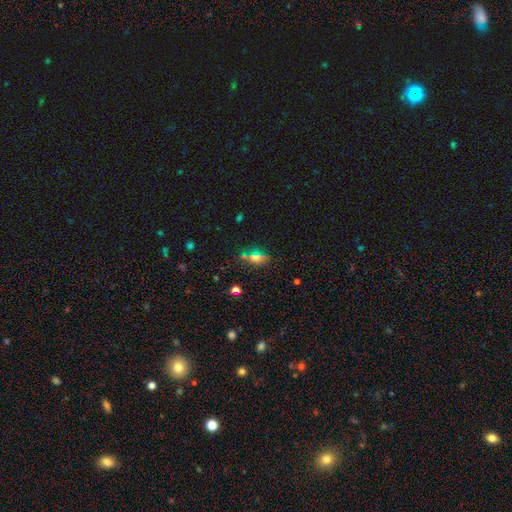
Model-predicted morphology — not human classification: Smooth or featured: smooth — 51% (featured or disk — 25%)
How rounded: in between — 66% (round — 21%)
Merging: none — 69% (minor disturbance — 14%)